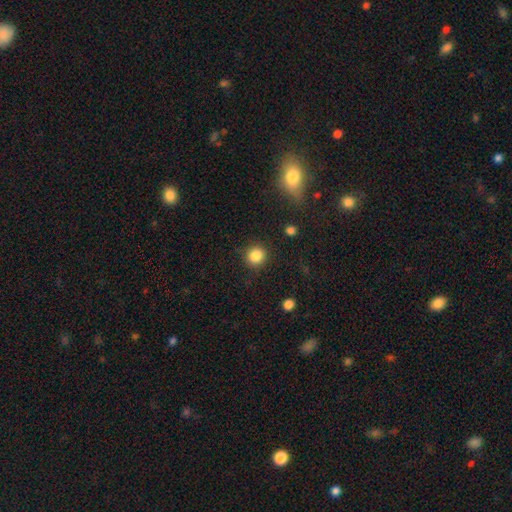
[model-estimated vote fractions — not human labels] This is clearly a smooth galaxy (85%). How rounded: clearly round (91%). Merging: clearly none (88%).